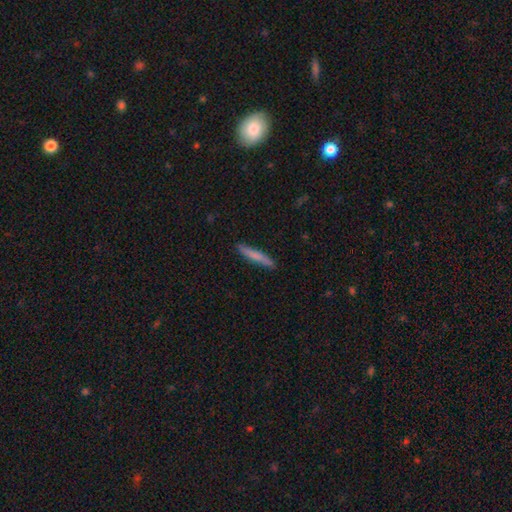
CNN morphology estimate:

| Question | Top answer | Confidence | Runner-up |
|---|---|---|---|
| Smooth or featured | smooth | 73% | featured or disk (22%) |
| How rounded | cigar-shaped | 94% | in between (4%) |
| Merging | none | 89% | minor disturbance (8%) |